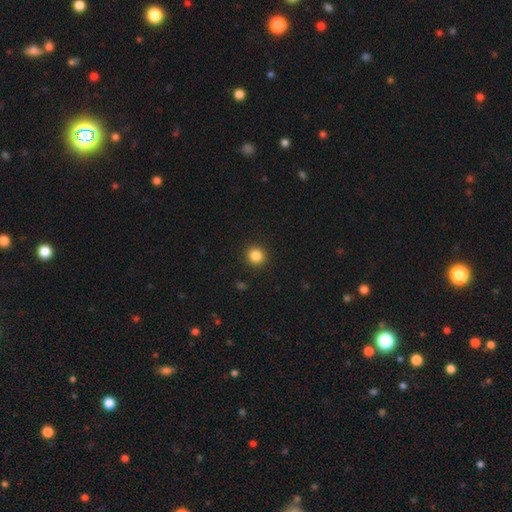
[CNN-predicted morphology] Smooth or featured: smooth — 85% (star or artifact — 11%)
How rounded: round — 90% (in between — 9%)
Merging: none — 92% (minor disturbance — 5%)